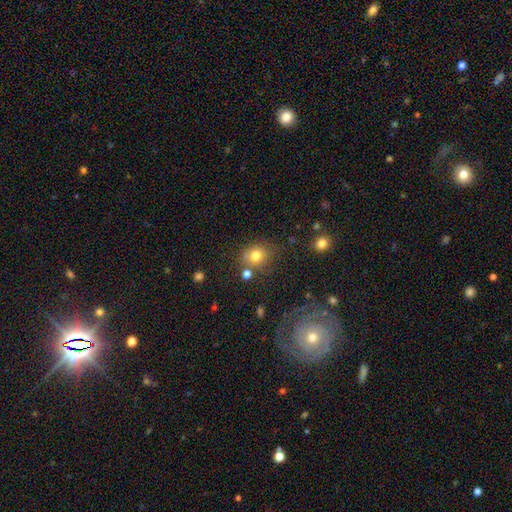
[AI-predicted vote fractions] A smooth galaxy with no disk features (77%) that is round (78%).

Vote fractions:
- Smooth or featured? smooth: 77% / star or artifact: 14% / featured or disk: 9%
- How rounded? round: 78% / in between: 21% / cigar-shaped: 1%
- Merging? none: 70% / minor disturbance: 14% / merger: 11% / major disturbance: 5%